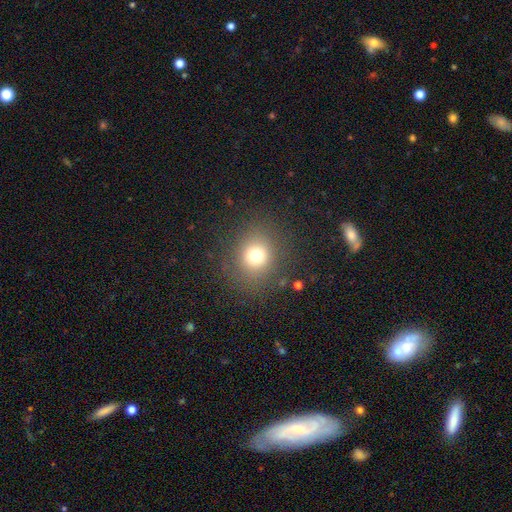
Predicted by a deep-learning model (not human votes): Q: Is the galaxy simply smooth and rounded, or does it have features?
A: smooth — 72%.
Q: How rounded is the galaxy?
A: round — 82%.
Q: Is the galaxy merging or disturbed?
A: none — 85%.